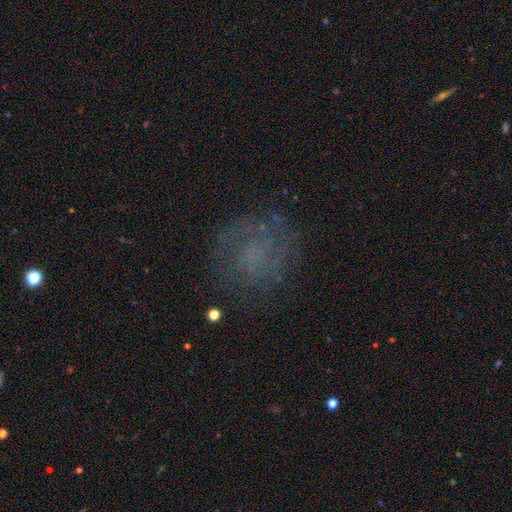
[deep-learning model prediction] This appears to be a featured or disk galaxy (50%). Merging: none (71%).